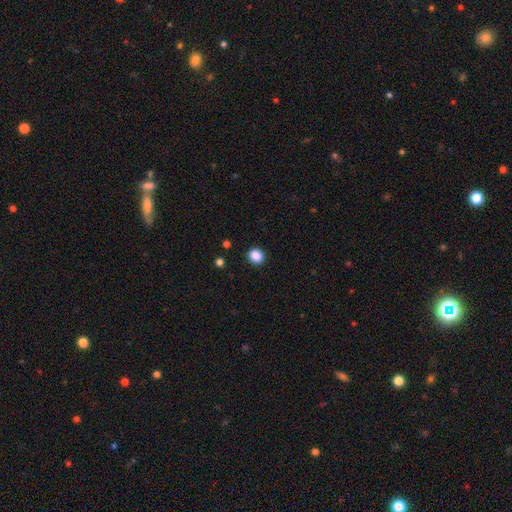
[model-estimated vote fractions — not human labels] The model was most divided on "how rounded": round: 71%, in between: 29%, cigar-shaped: 1%. More confident: merging — none (91%); smooth or featured — smooth (88%).